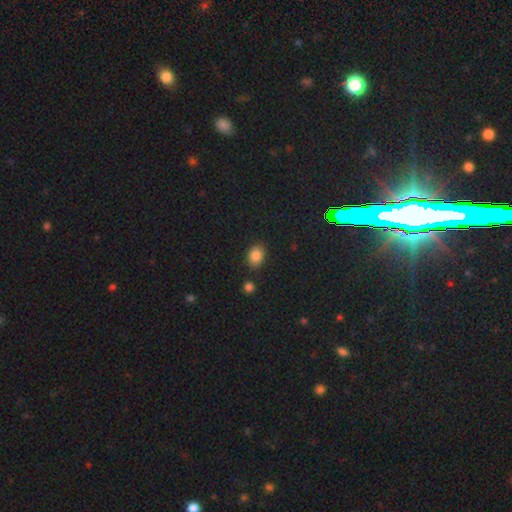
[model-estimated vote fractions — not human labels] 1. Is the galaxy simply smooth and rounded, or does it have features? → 84% smooth, 11% star or artifact, 5% featured or disk.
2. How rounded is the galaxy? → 66% in between, 33% round, 1% cigar-shaped.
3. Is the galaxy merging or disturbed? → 80% none, 12% minor disturbance, 5% merger, 3% major disturbance.